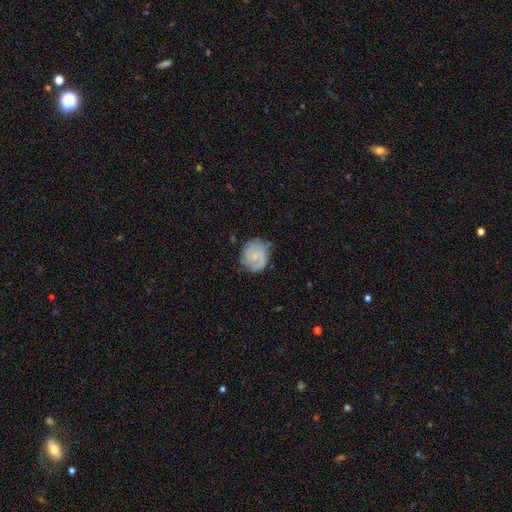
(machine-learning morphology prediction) smooth-or-featured: featured or disk: 58% | smooth: 35% | star or artifact: 7%
  disk-edge-on: no: 98% | yes: 2%
    bar: no: 71% | weak: 25% | strong: 3%
    has-spiral-arms: yes: 81% | no: 19%
    bulge-size: small: 68% | moderate: 20% | none: 10% | large: 1% | dominant: 1%
  merging: none: 65% | minor disturbance: 25% | major disturbance: 9% | merger: 2%